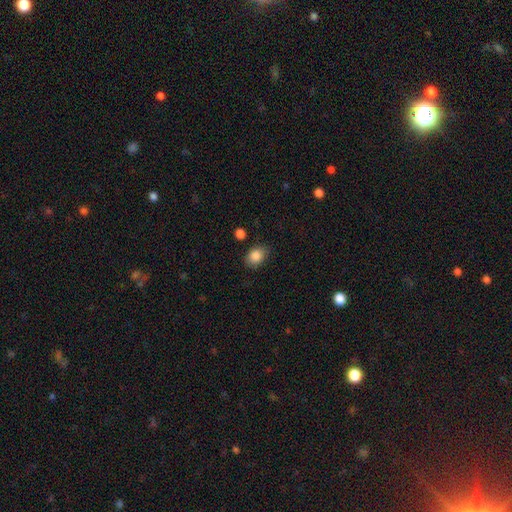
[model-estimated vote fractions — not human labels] Smooth or featured? Predicted: smooth (p=0.87). How rounded? Predicted: in between (p=0.58). Merging? Predicted: none (p=0.77).